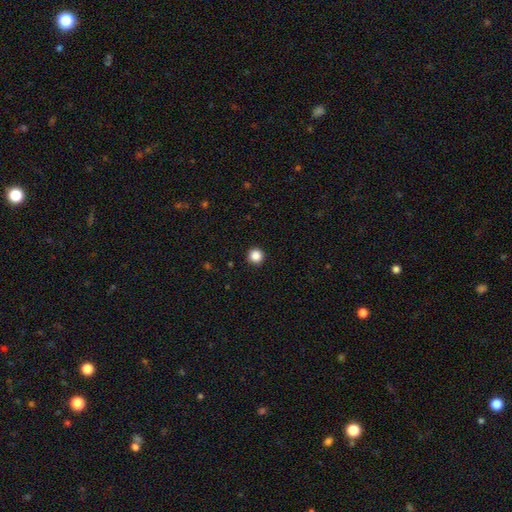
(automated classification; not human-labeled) A smooth galaxy with no disk features (87%) that is round (96%).

Vote fractions:
- Smooth or featured? smooth: 87% / star or artifact: 11% / featured or disk: 3%
- How rounded? round: 96% / in between: 3% / cigar-shaped: 1%
- Merging? none: 93% / minor disturbance: 5% / major disturbance: 2% / merger: 1%